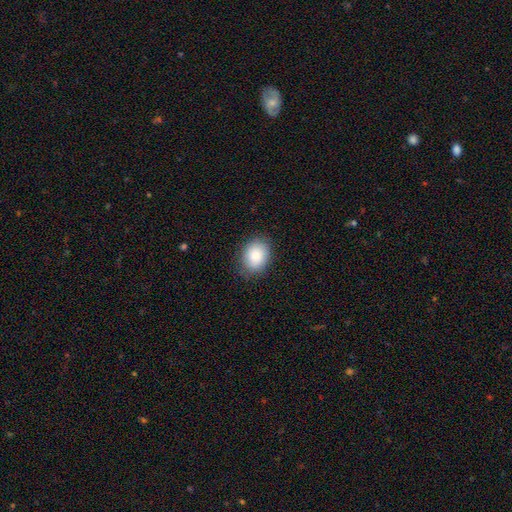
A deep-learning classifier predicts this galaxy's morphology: This appears to be a smooth galaxy with no disk features (84%) that is in between round and cigar-shaped (58%). Merging: none (84%).